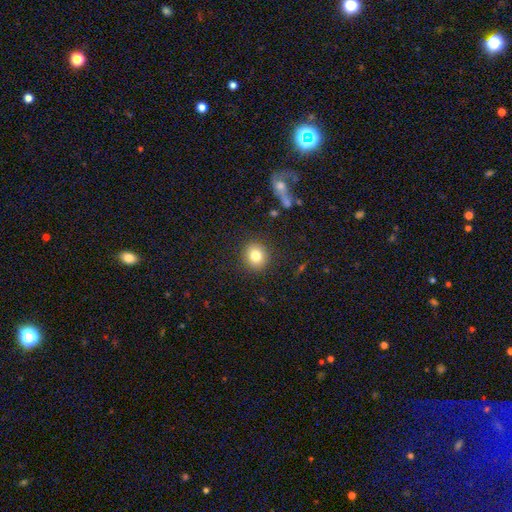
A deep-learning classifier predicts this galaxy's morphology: smooth-or-featured: smooth: 80% | star or artifact: 11% | featured or disk: 9%
  how-rounded: round: 84% | in between: 15% | cigar-shaped: 1%
  merging: none: 89% | minor disturbance: 7% | major disturbance: 3% | merger: 1%